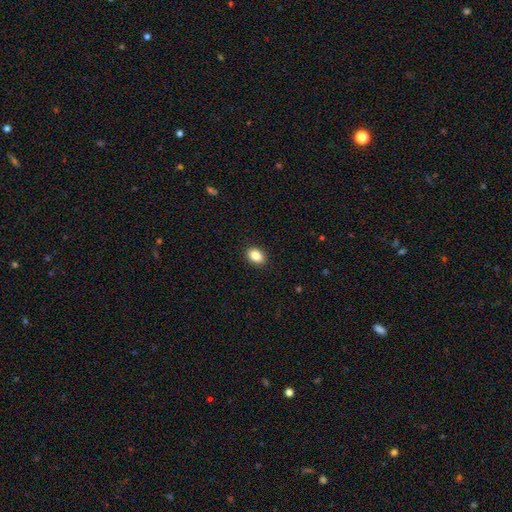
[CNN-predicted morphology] Smooth or featured? smooth (86%)
How rounded? in between (78%)
Merging? none (91%)